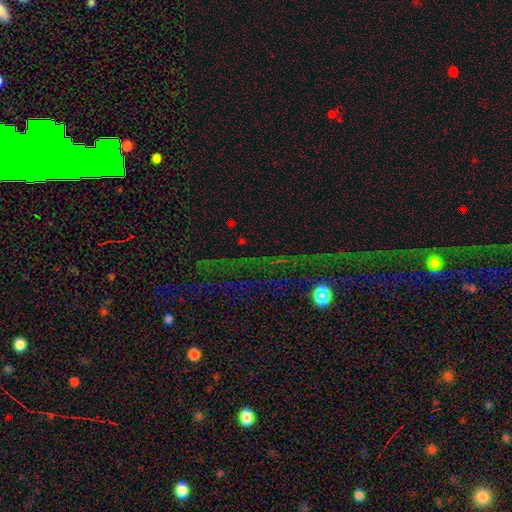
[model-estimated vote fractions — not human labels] Overall: star or artifact (77%).